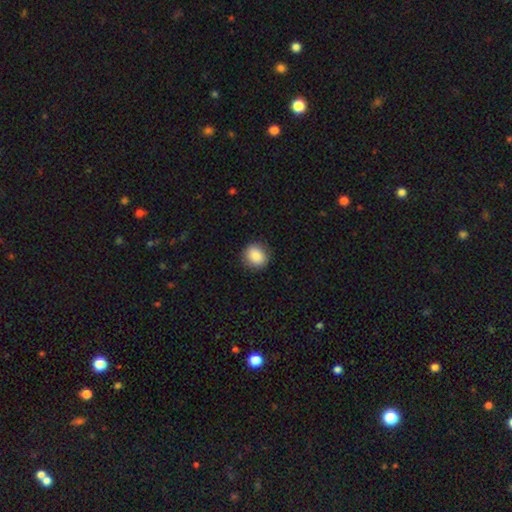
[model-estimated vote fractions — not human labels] Smooth or featured: smooth — 88% (star or artifact — 8%)
How rounded: round — 72% (in between — 27%)
Merging: none — 87% (minor disturbance — 9%)